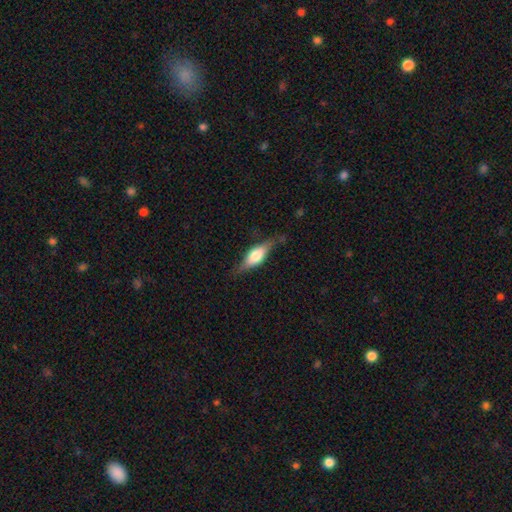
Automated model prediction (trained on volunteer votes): This is possibly a featured or disk galaxy (50%). It is clearly viewed edge-on (88%). Merging: likely none (71%).